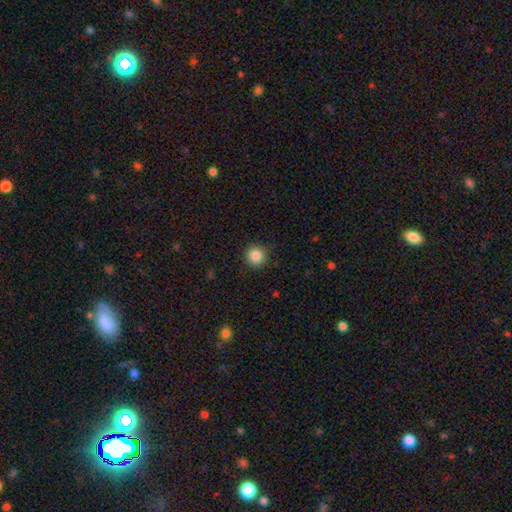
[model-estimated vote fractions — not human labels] This appears to be a smooth galaxy with no disk features (86%) that is round (95%). Merging: none (90%).